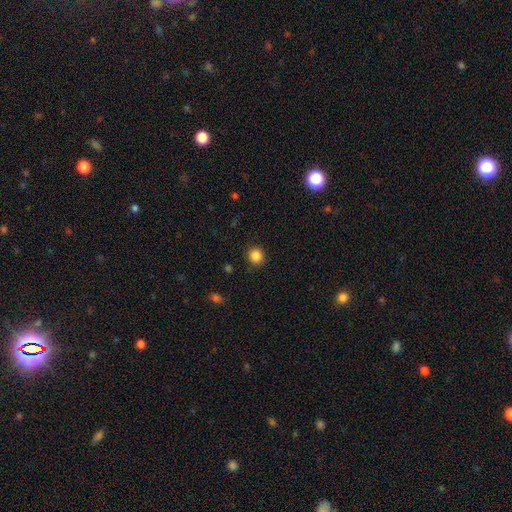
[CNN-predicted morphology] This is clearly a smooth galaxy (85%). How rounded: clearly round (89%). Merging: clearly none (89%).